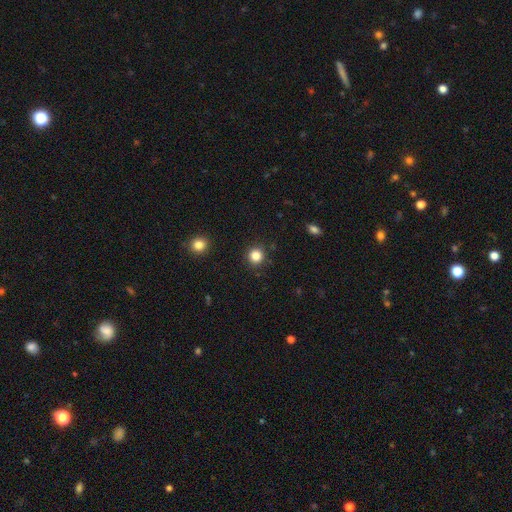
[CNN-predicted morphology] The model was most divided on "smooth or featured": smooth: 83%, star or artifact: 12%, featured or disk: 4%. More confident: how rounded — round (92%); merging — none (90%).